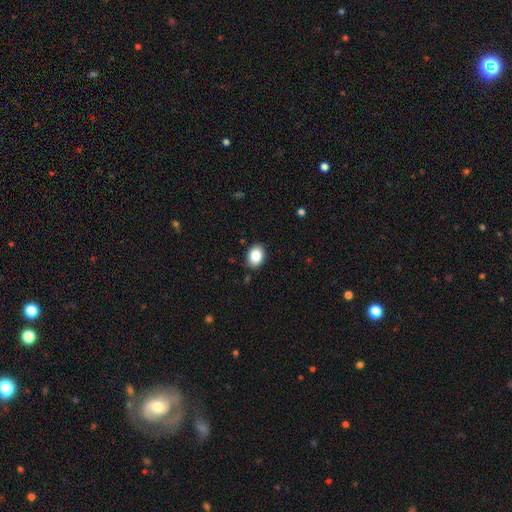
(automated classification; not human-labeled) smooth-or-featured: smooth: 86% | star or artifact: 8% | featured or disk: 6%
  how-rounded: in between: 71% | round: 28% | cigar-shaped: 1%
  merging: none: 87% | minor disturbance: 10% | major disturbance: 2% | merger: 1%